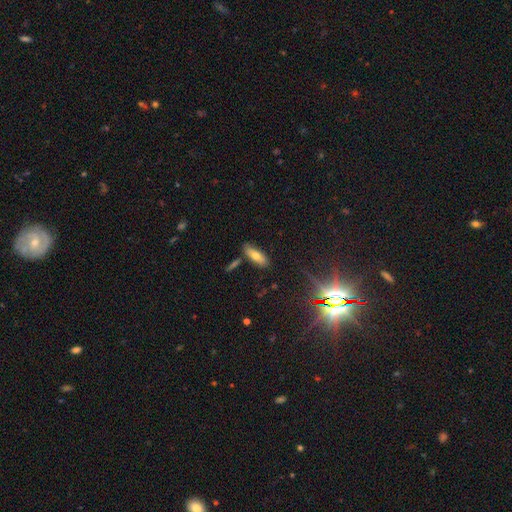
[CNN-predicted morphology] smooth 67%, featured or disk 22%, star or artifact 12%. Down the decision tree: how rounded — in between (69%); merging — none (78%).